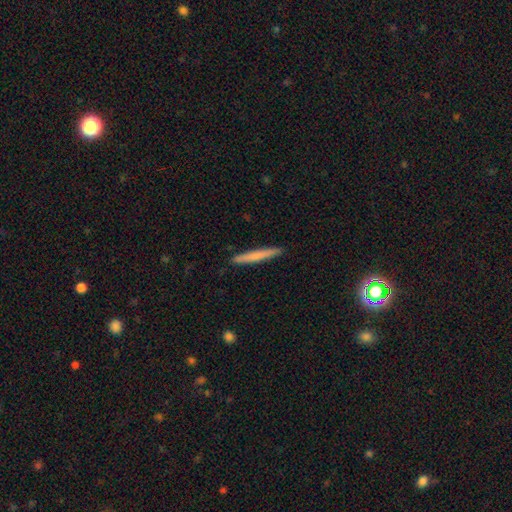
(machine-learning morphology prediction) The model was most divided on "smooth or featured": smooth: 66%, featured or disk: 28%, star or artifact: 5%. More confident: how rounded — cigar-shaped (96%); merging — none (92%).